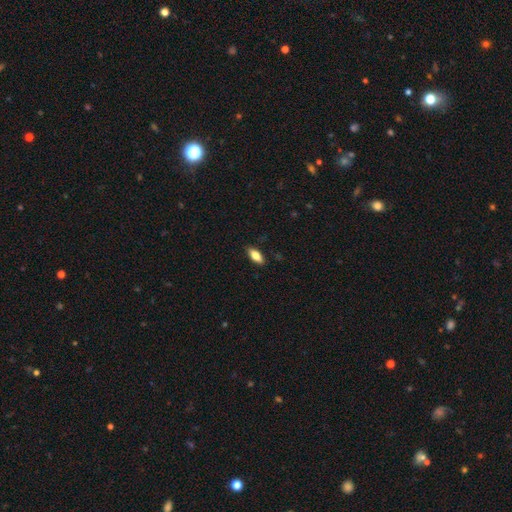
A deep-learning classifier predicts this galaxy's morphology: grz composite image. It shows a smooth galaxy with no disk features (75%) that is in between round and cigar-shaped (79%). Merging: none (87%).